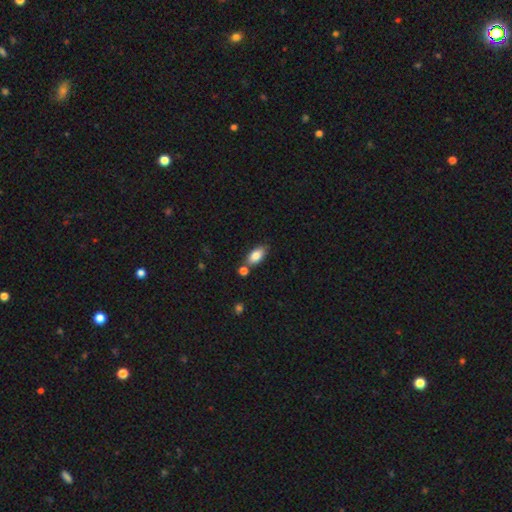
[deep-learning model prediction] Smooth or featured? smooth (82%)
How rounded? in between (89%)
Merging? none (71%)